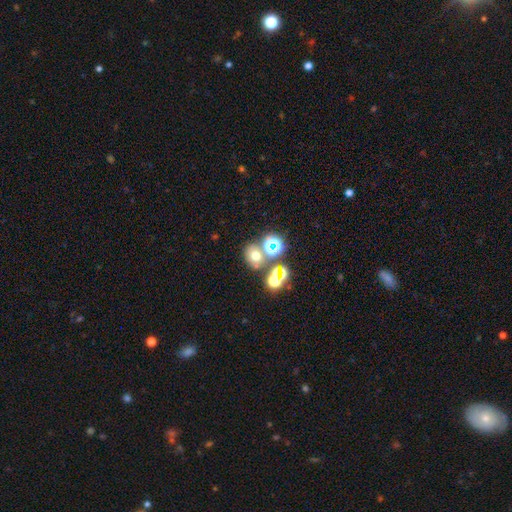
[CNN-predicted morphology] Smooth or featured: smooth — 57% (star or artifact — 27%)
How rounded: round — 66% (in between — 33%)
Merging: none — 60% (merger — 25%)